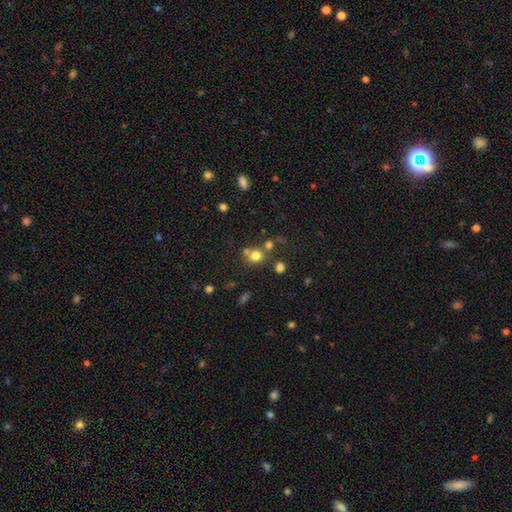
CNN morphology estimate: Smooth or featured?
  - smooth: 75% *
  - star or artifact: 16%
  - featured or disk: 9%
How rounded?
  - round: 80% *
  - in between: 19%
  - cigar-shaped: 1%
Merging?
  - none: 61% *
  - merger: 25%
  - minor disturbance: 10%
  - major disturbance: 4%